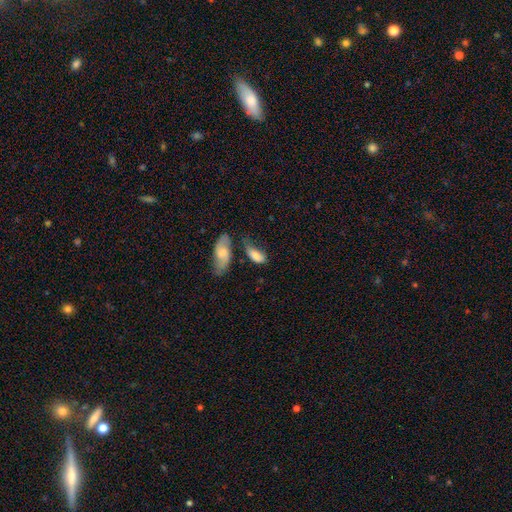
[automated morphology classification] Smooth or featured? smooth (77%)
How rounded? in between (84%)
Merging? none (40%)